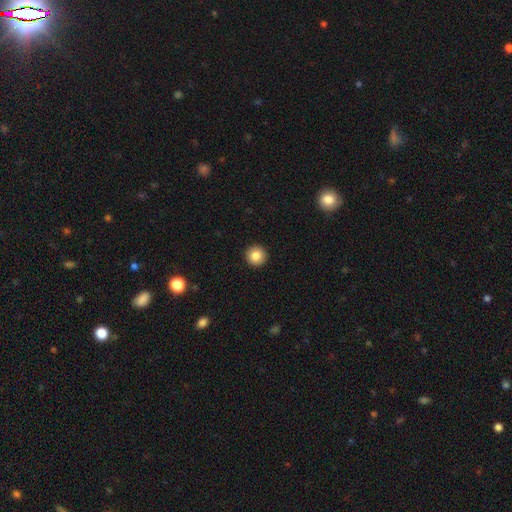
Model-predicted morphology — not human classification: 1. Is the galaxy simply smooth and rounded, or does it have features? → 85% smooth, 9% star or artifact, 6% featured or disk.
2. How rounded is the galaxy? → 96% round, 3% in between, 1% cigar-shaped.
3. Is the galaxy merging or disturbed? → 94% none, 4% minor disturbance, 1% major disturbance, 1% merger.